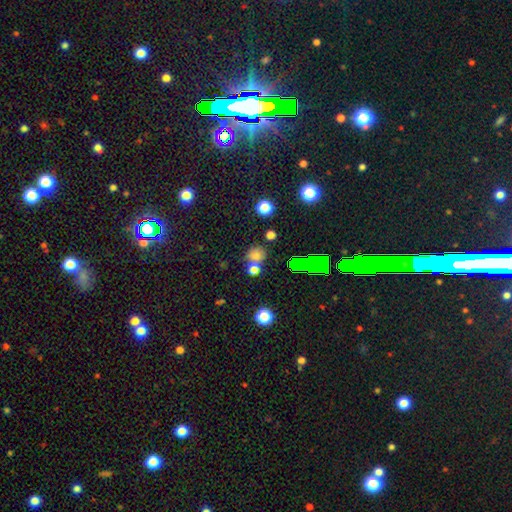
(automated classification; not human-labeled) smooth_or_featured: smooth (p=0.69) [alt: star or artifact p=0.21]
how_rounded: round (p=0.79) [alt: in between p=0.19]
merging: none (p=0.58) [alt: merger p=0.28]